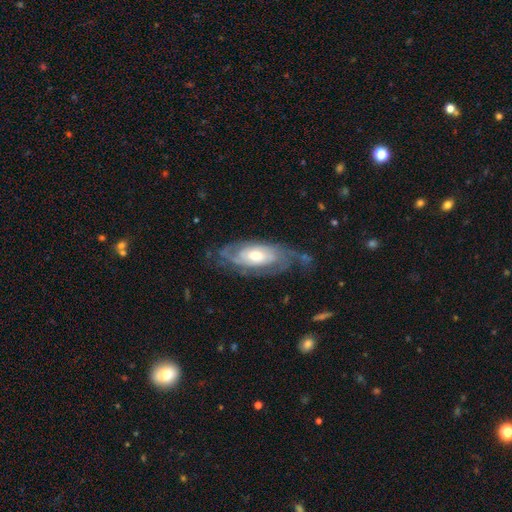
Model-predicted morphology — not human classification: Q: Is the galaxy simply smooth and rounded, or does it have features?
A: featured or disk — 80%.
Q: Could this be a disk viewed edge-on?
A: no — 91%.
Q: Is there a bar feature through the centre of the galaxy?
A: no — 66%.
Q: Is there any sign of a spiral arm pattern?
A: yes — 91%.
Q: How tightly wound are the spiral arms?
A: tight — 56%.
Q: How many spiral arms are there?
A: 2 — 46%.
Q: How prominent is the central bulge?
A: moderate — 61%.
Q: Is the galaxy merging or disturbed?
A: none — 62%.